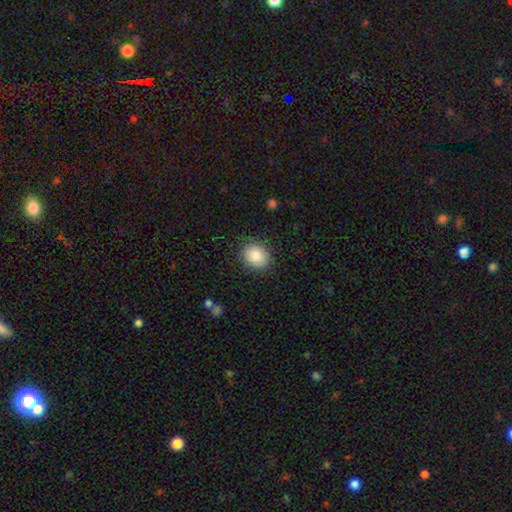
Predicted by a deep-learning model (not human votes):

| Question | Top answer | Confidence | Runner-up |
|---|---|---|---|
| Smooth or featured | smooth | 85% | star or artifact (8%) |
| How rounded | round | 57% | in between (43%) |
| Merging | none | 83% | minor disturbance (13%) |